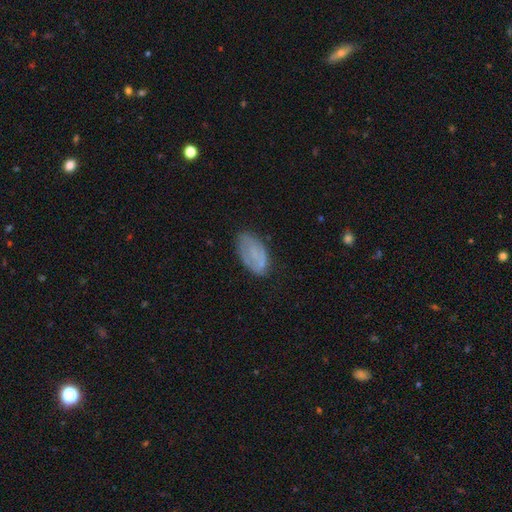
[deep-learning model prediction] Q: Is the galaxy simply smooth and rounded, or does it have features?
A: smooth — 53%.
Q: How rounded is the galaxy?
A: in between — 93%.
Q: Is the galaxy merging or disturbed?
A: none — 67%.